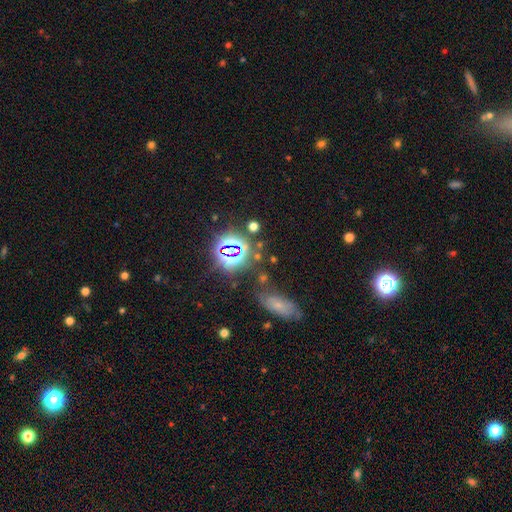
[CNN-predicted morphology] Smooth or featured?
  - star or artifact: 70% *
  - smooth: 19%
  - featured or disk: 11%